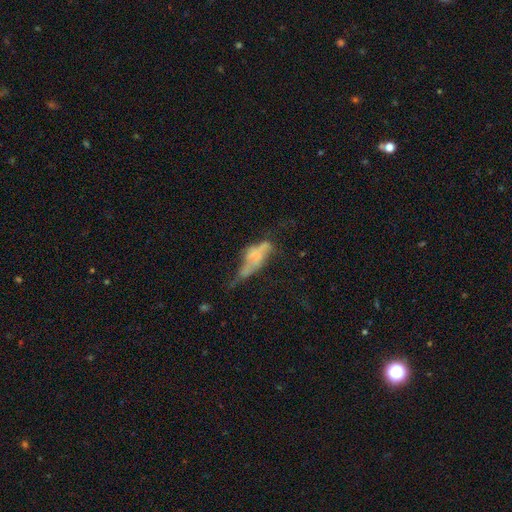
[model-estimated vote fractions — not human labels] A featured or disk galaxy (50%). Merging: major disturbance (40%).